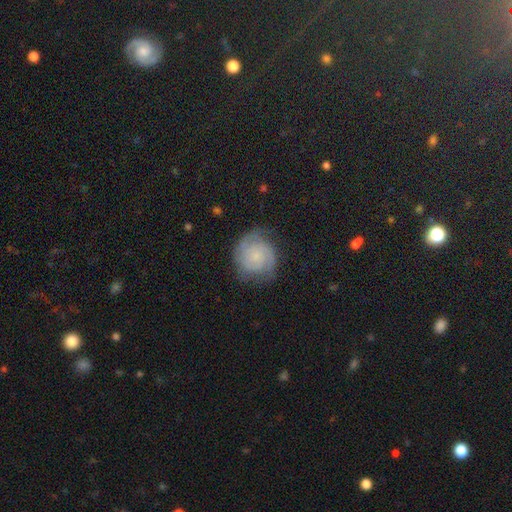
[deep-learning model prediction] Smooth or featured? Predicted: featured or disk (p=0.73). Edge-on disk? Predicted: no (p=0.98). Bar? Predicted: no (p=0.75). Spiral arms? Predicted: yes (p=0.96). Spiral winding? Predicted: tight (p=0.60). Spiral arm count? Predicted: 2 (p=0.60). Bulge size? Predicted: small (p=0.62). Merging? Predicted: none (p=0.75).